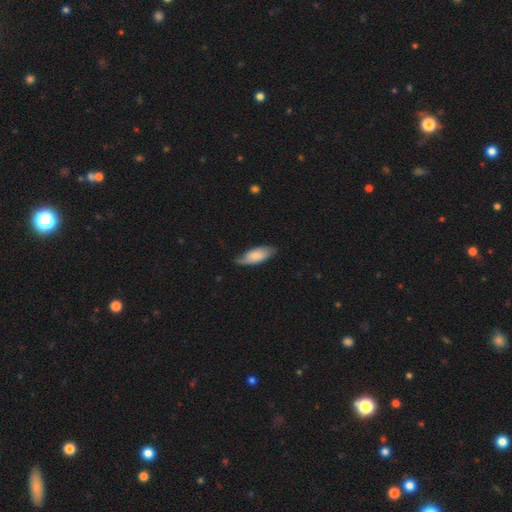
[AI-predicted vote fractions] A smooth galaxy with no disk features (63%) that is in between round and cigar-shaped (78%).

Vote fractions:
- Smooth or featured? smooth: 63% / featured or disk: 32% / star or artifact: 6%
- How rounded? in between: 78% / cigar-shaped: 20% / round: 2%
- Merging? none: 66% / minor disturbance: 27% / major disturbance: 6% / merger: 1%